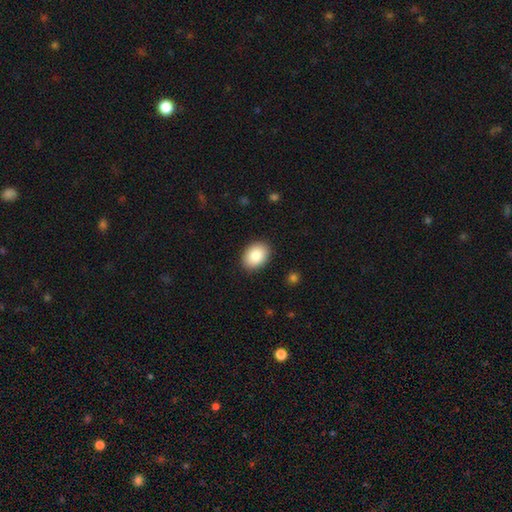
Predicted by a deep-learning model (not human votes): Q: Smooth or featured?
A: smooth (88%); runner-up: star or artifact (7%)
Q: How rounded?
A: in between (78%); runner-up: round (21%)
Q: Merging?
A: none (89%); runner-up: minor disturbance (8%)